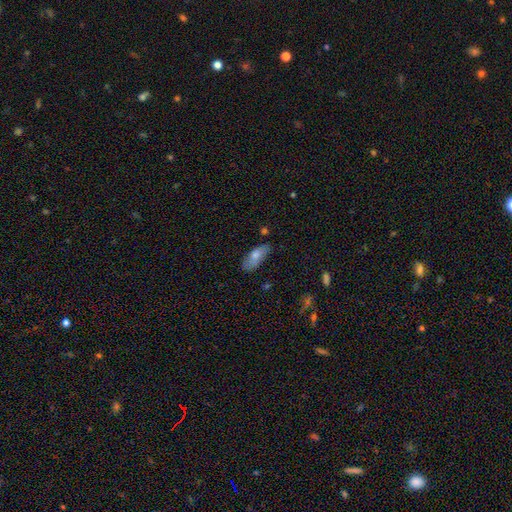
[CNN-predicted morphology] Smooth or featured? smooth (73%)
How rounded? in between (78%)
Merging? none (70%)